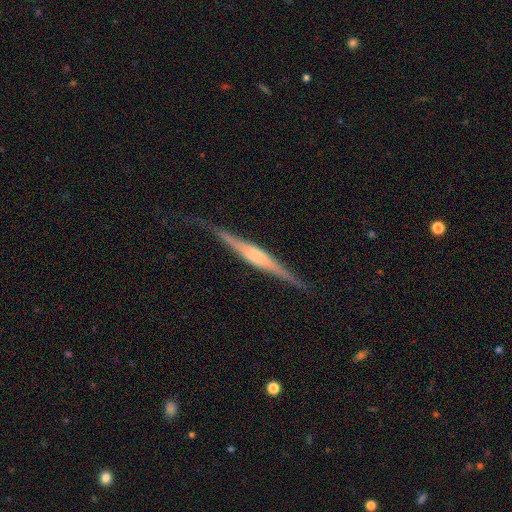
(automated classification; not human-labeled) The model was most divided on "edge-on bulge" (2-way tie): rounded: 42%, boxy: 42%, none: 15%. More confident: edge-on disk — yes (97%); merging — none (82%); smooth or featured — featured or disk (78%).